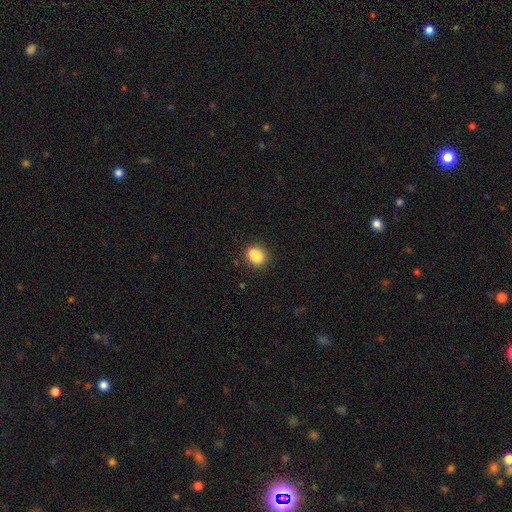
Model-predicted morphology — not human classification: smooth-or-featured: smooth: 79% | featured or disk: 11% | star or artifact: 10%
  how-rounded: round: 58% | in between: 40% | cigar-shaped: 1%
  merging: none: 54% | merger: 27% | minor disturbance: 14% | major disturbance: 4%